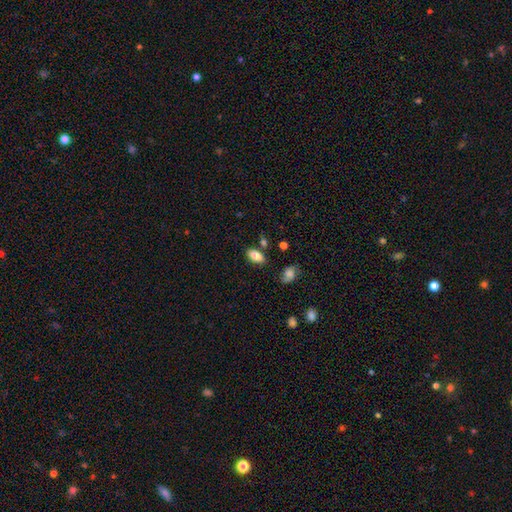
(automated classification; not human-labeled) Smooth or featured? Predicted: smooth (p=0.83). How rounded? Predicted: in between (p=0.91). Merging? Predicted: none (p=0.80).